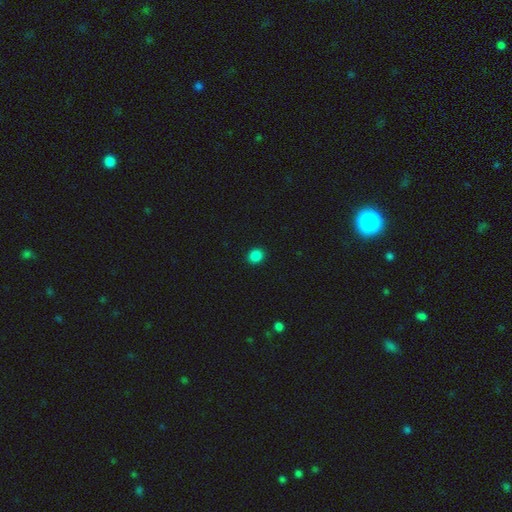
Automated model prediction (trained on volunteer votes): Smooth or featured: smooth — 86% (star or artifact — 11%)
How rounded: round — 73% (in between — 27%)
Merging: none — 92% (minor disturbance — 6%)